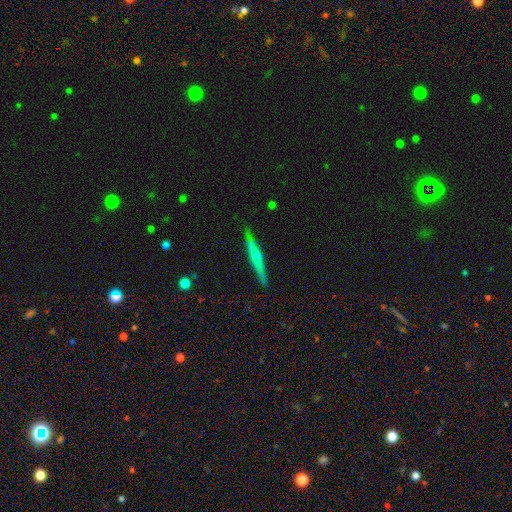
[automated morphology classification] Q: Smooth or featured?
A: featured or disk (48%); runner-up: smooth (46%)
Q: Merging?
A: none (86%); runner-up: minor disturbance (11%)